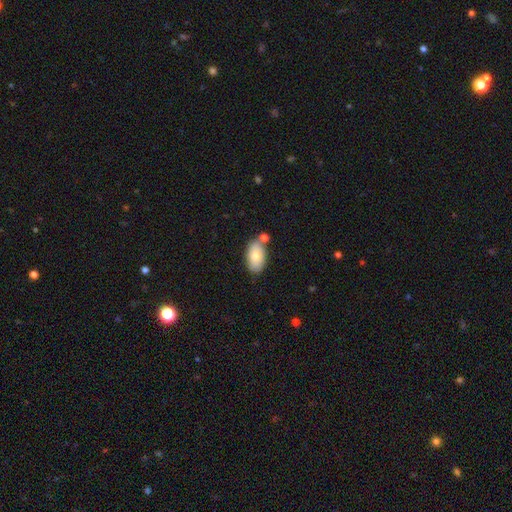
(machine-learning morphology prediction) smooth 77%, featured or disk 16%, star or artifact 7%. Down the decision tree: how rounded — in between (94%); merging — none (68%).